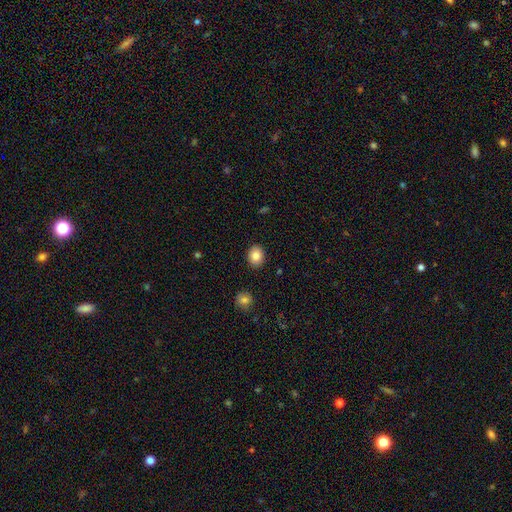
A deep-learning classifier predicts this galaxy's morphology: A smooth galaxy with no disk features (85%) that is in between round and cigar-shaped (51%).

Vote fractions:
- Smooth or featured? smooth: 85% / star or artifact: 8% / featured or disk: 7%
- How rounded? in between: 51% / round: 48% / cigar-shaped: 1%
- Merging? none: 90% / minor disturbance: 7% / major disturbance: 2% / merger: 1%